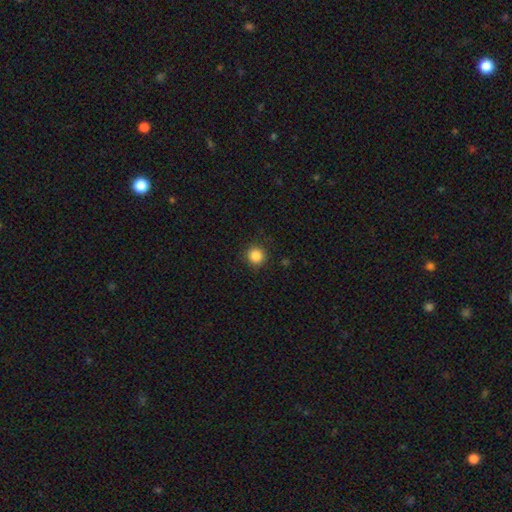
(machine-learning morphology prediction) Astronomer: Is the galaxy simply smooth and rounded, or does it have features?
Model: smooth — 86%.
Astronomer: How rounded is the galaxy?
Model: round — 94%.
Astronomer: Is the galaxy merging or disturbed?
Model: none — 90%.